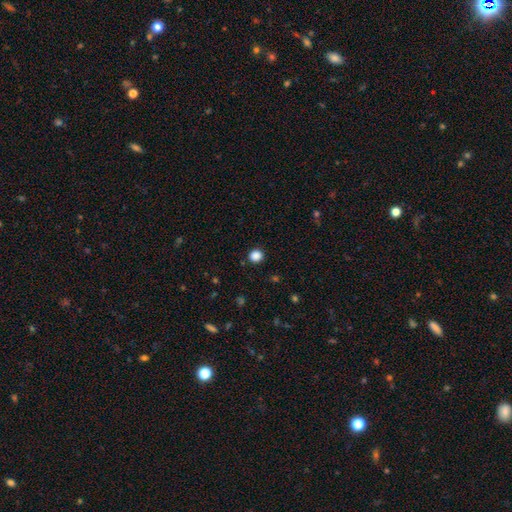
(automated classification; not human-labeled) This appears to be a smooth galaxy with no disk features (86%) that is round (88%). Merging: none (91%).